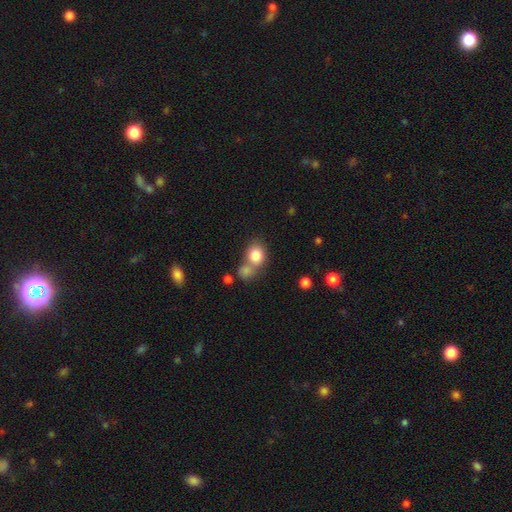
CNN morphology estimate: Smooth or featured? smooth (83%)
How rounded? round (62%)
Merging? none (45%)